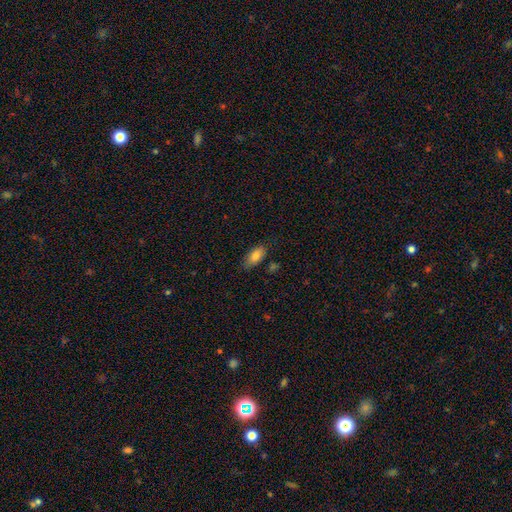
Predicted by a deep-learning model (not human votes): This is clearly a smooth galaxy (83%). How rounded: clearly in between (90%). Merging: likely none (76%).